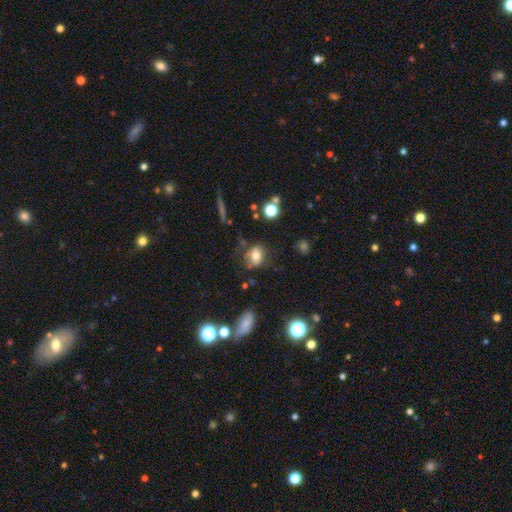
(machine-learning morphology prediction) Smooth or featured? smooth (71%)
How rounded? in between (57%)
Merging? none (61%)